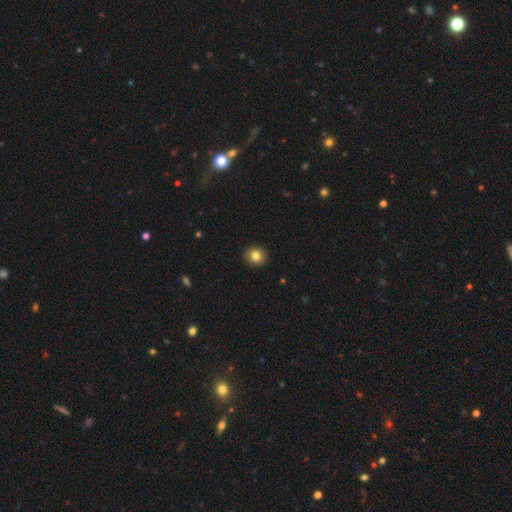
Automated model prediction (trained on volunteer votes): smooth-or-featured: smooth: 82% | star or artifact: 11% | featured or disk: 8%
  how-rounded: round: 88% | in between: 11% | cigar-shaped: 1%
  merging: none: 92% | minor disturbance: 6% | major disturbance: 2% | merger: 1%